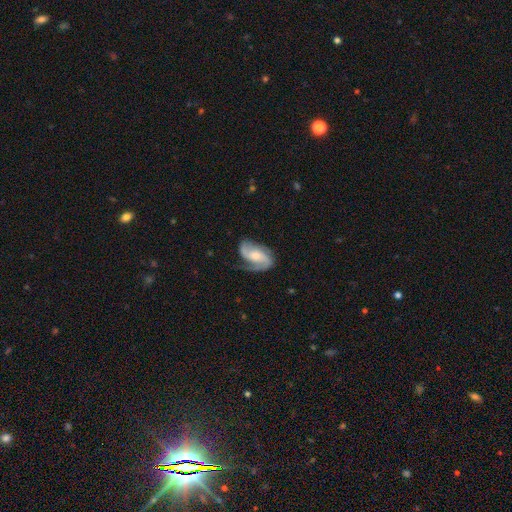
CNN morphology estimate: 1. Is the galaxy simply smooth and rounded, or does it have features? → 83% featured or disk, 12% smooth, 5% star or artifact.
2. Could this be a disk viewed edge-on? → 97% no, 3% yes.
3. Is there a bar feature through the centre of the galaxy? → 48% no, 37% weak, 15% strong.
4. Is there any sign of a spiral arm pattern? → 96% yes, 4% no.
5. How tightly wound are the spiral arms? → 47% medium, 31% loose, 22% tight.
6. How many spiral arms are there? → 79% 2, 7% 3, 6% 1, 5% can't tell, 1% 4, 1% more than 4.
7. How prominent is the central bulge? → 47% moderate, 40% small, 6% large, 5% none, 1% dominant.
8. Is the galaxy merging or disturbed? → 64% none, 22% minor disturbance, 12% major disturbance, 2% merger.